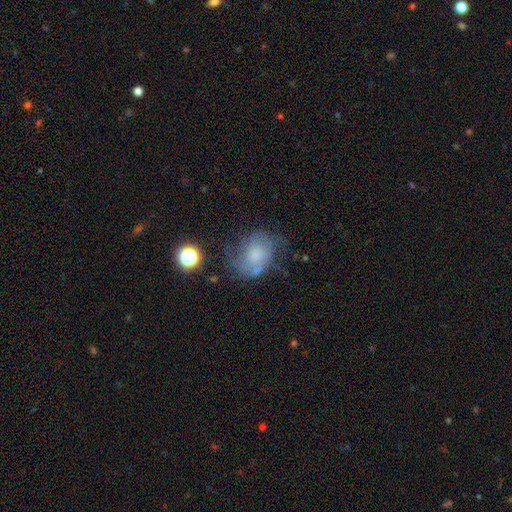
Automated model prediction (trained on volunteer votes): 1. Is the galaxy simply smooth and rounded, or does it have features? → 46% smooth, 41% featured or disk, 13% star or artifact.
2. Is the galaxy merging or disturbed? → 44% none, 28% minor disturbance, 22% major disturbance, 7% merger.